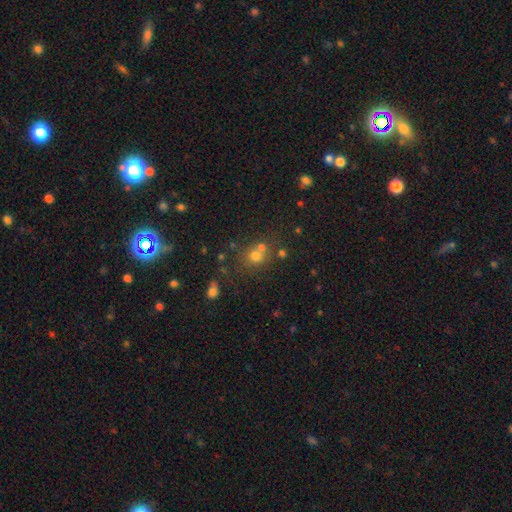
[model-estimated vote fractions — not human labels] Smooth or featured: smooth — 68% (star or artifact — 20%)
How rounded: round — 83% (in between — 16%)
Merging: none — 54% (merger — 33%)